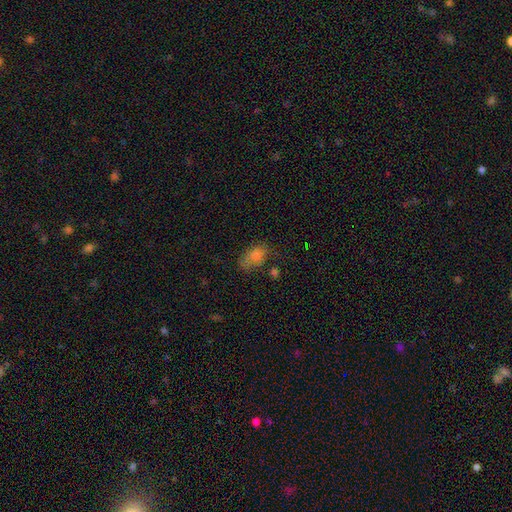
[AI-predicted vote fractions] Smooth or featured? smooth (76%)
How rounded? in between (86%)
Merging? none (44%)